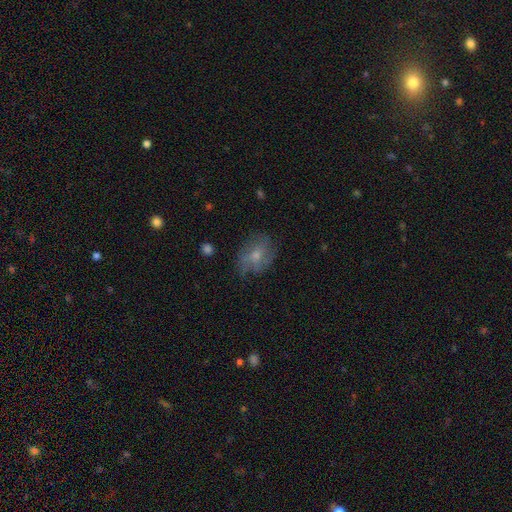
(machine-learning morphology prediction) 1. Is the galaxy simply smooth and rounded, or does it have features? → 46% smooth, 44% featured or disk, 10% star or artifact.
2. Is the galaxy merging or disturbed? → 61% none, 25% minor disturbance, 13% major disturbance, 2% merger.